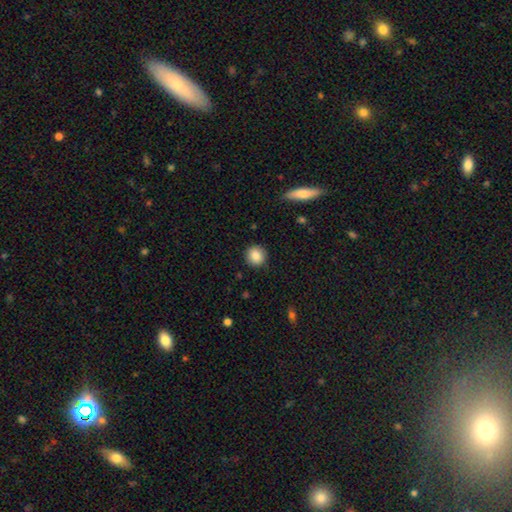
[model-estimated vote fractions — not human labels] This is clearly a smooth galaxy (87%). How rounded: clearly round (91%). Merging: clearly none (90%).